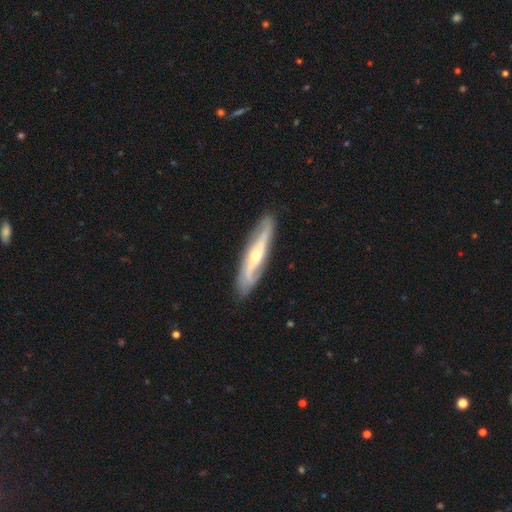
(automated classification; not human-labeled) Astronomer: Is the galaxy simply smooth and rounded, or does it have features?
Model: featured or disk — 76%.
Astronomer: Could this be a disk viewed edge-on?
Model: no — 60% (runner-up: yes, 40%).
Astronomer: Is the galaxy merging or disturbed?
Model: none — 83%.